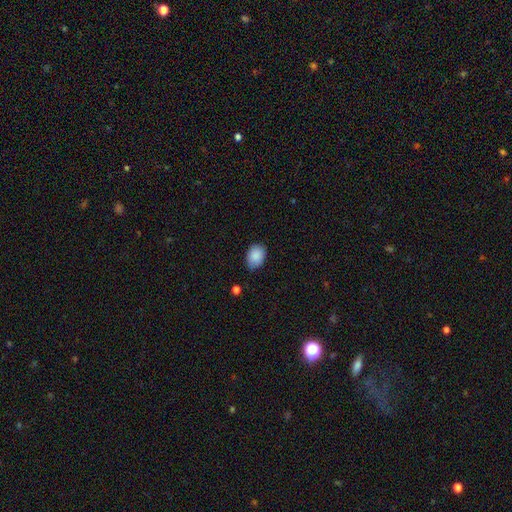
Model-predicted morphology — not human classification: Q: Smooth or featured?
A: smooth (88%); runner-up: star or artifact (7%)
Q: How rounded?
A: in between (75%); runner-up: round (24%)
Q: Merging?
A: none (78%); runner-up: minor disturbance (18%)